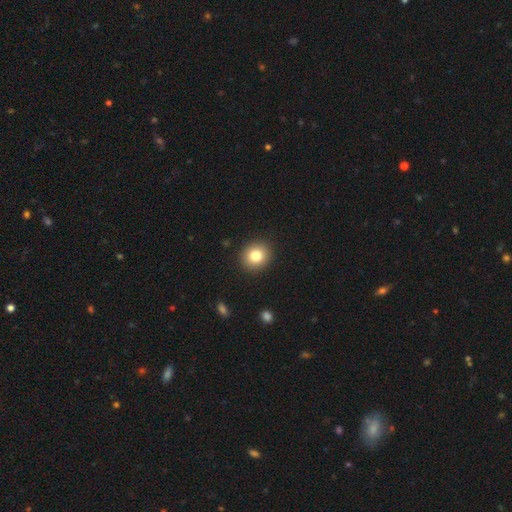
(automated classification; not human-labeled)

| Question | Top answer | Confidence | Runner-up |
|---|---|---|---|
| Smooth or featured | smooth | 81% | star or artifact (10%) |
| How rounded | round | 82% | in between (18%) |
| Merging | none | 91% | minor disturbance (6%) |